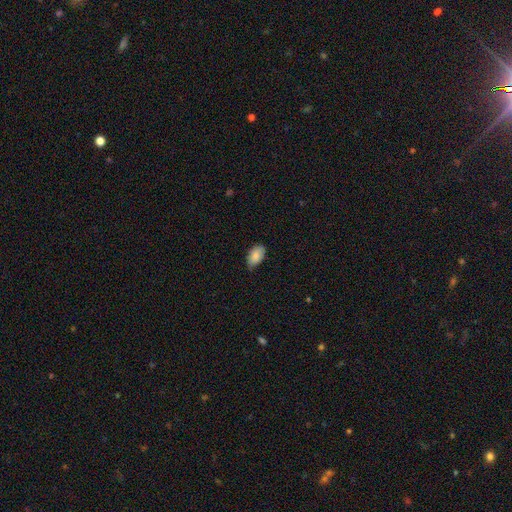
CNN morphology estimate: type=smooth (84%); roundness=in between (94%); merging=none (70%).